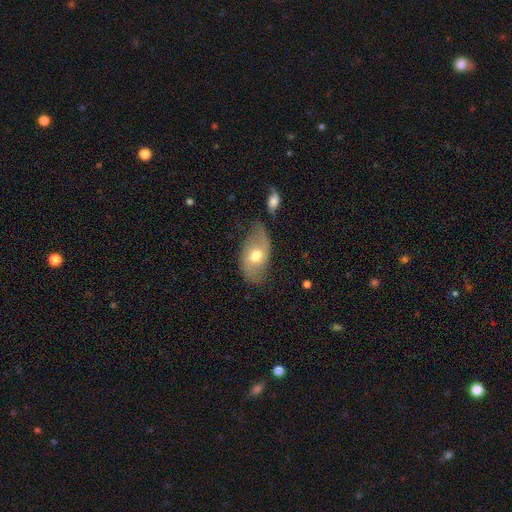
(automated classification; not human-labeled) Overall: featured or disk (47%; smooth 46%). Merging: none (62%; minor disturbance 24%).